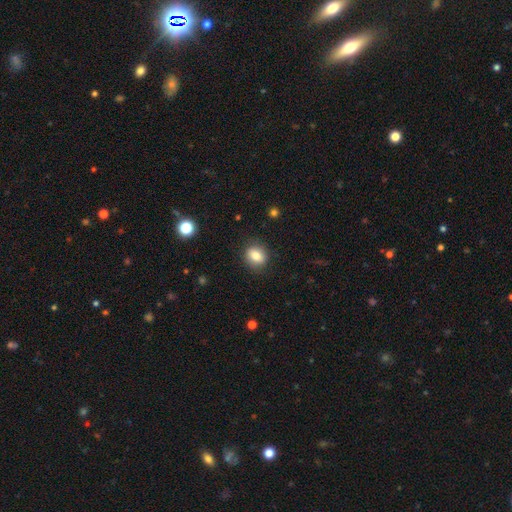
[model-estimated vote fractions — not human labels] This appears to be a smooth galaxy with no disk features (83%) that is round (56%). Merging: none (86%).